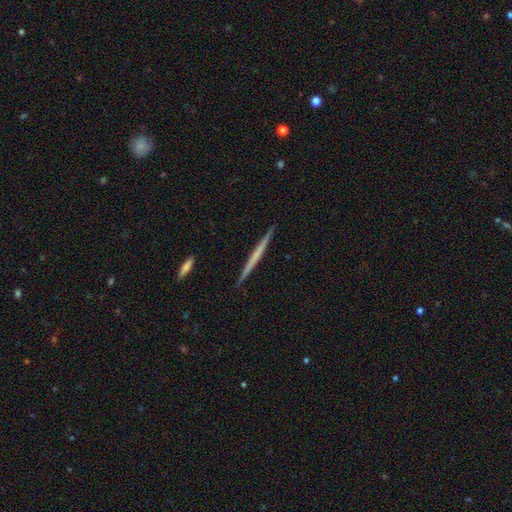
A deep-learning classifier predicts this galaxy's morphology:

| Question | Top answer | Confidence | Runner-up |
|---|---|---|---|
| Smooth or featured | featured or disk | 55% | smooth (40%) |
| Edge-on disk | yes | 98% | no (2%) |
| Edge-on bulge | none | 86% | rounded (9%) |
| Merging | none | 92% | minor disturbance (6%) |